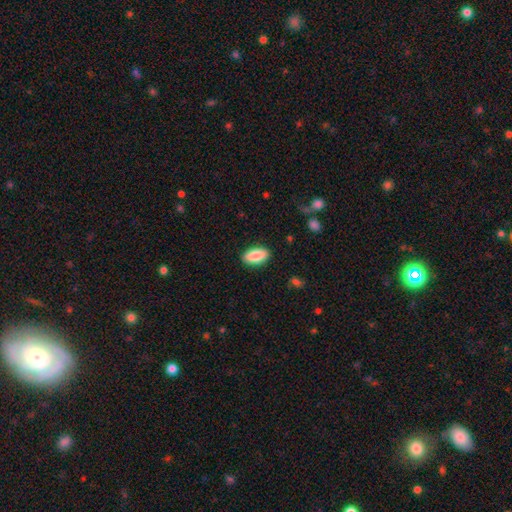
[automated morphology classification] type=smooth (88%); roundness=in between (92%); merging=none (88%).